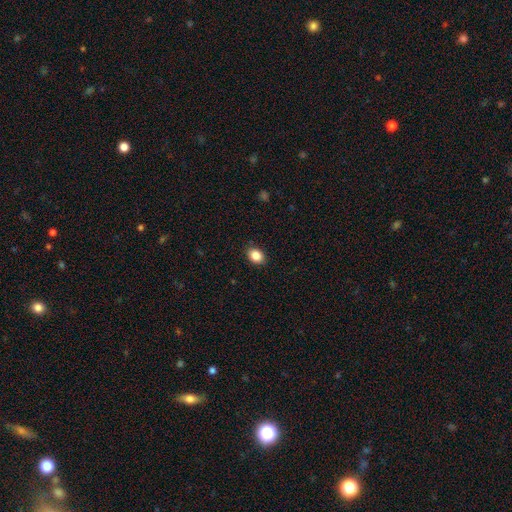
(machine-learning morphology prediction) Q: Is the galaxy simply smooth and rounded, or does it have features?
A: smooth — 87%.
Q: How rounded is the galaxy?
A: in between — 70%.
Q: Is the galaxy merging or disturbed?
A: none — 89%.